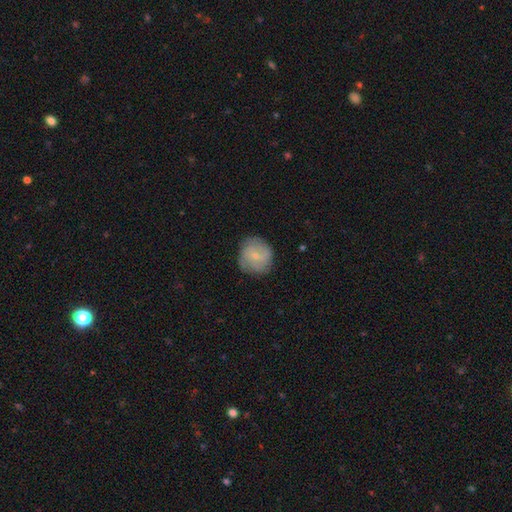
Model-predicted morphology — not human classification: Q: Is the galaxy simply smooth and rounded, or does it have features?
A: featured or disk — 48%.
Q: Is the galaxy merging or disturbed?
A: none — 78%.